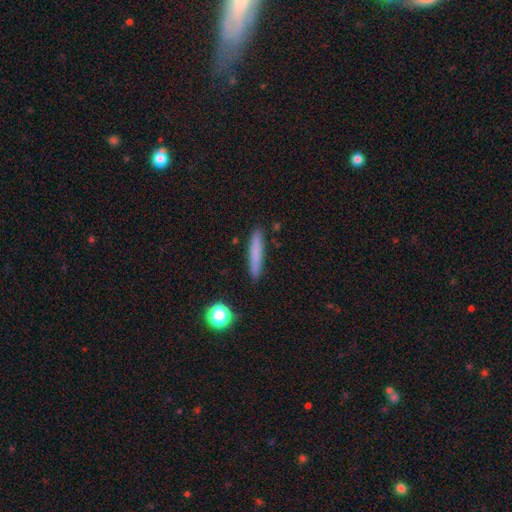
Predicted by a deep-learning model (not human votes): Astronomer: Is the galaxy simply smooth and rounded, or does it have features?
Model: smooth — 74%.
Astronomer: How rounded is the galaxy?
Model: cigar-shaped — 93%.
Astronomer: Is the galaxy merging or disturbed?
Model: none — 88%.